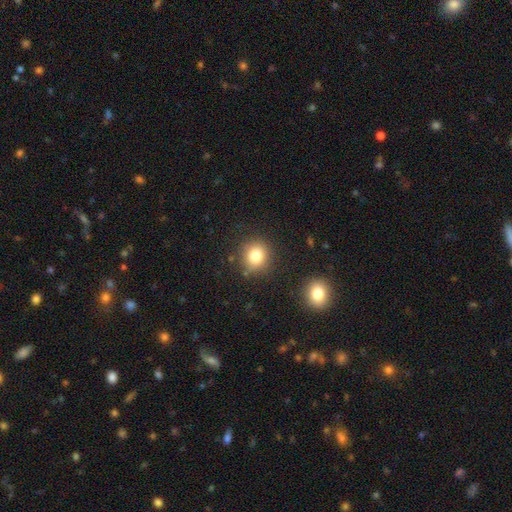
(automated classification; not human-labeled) A smooth galaxy with no disk features (80%) that is round (85%).

Vote fractions:
- Smooth or featured? smooth: 80% / star or artifact: 12% / featured or disk: 8%
- How rounded? round: 85% / in between: 14% / cigar-shaped: 1%
- Merging? none: 83% / minor disturbance: 10% / merger: 4% / major disturbance: 3%